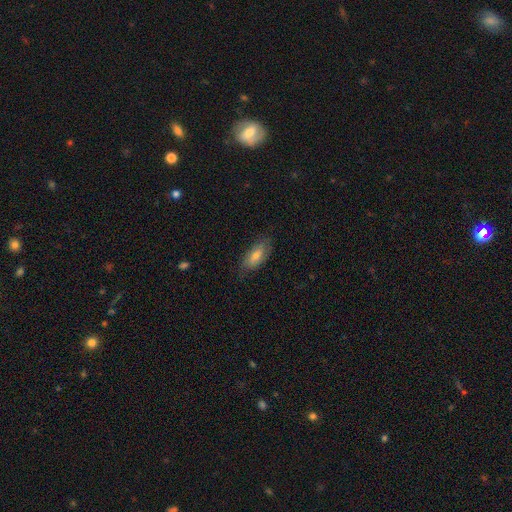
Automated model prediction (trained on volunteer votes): Smooth or featured? Predicted: smooth (p=0.66). How rounded? Predicted: in between (p=0.81). Merging? Predicted: none (p=0.78).